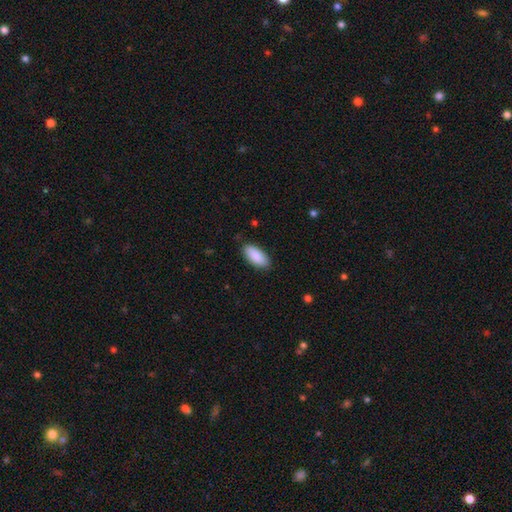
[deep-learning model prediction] A smooth galaxy with no disk features (90%) that is in between round and cigar-shaped (90%). Merging: none (85%).